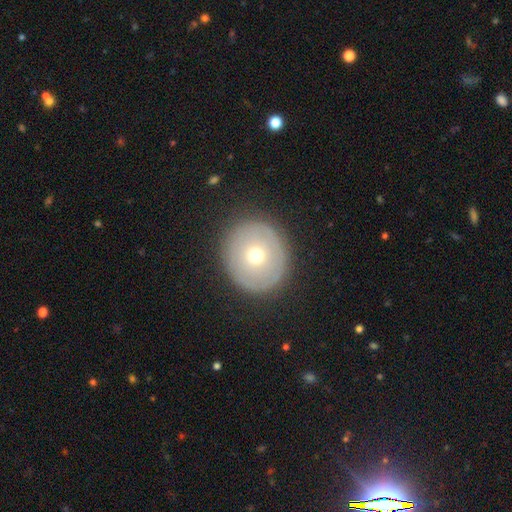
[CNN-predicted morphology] Overall: smooth (55%; featured or disk 35%). How rounded: round (80%). Merging: none (86%).